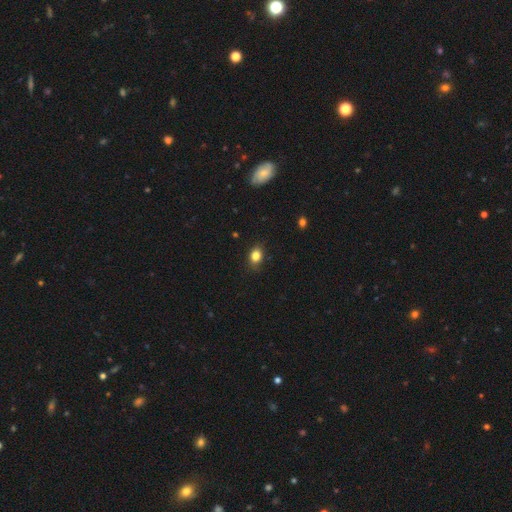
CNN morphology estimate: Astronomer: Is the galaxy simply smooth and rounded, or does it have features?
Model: smooth — 83%.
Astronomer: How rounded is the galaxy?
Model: in between — 58% (runner-up: round, 41%).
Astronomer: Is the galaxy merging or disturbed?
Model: none — 84%.